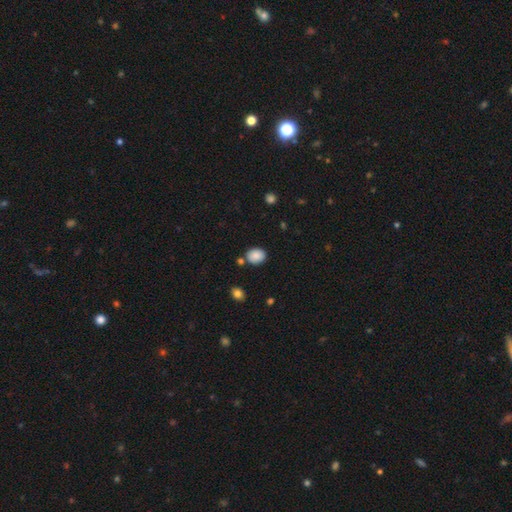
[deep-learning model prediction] This is clearly a smooth galaxy (88%). How rounded: possibly in between (54%). Merging: likely none (78%).